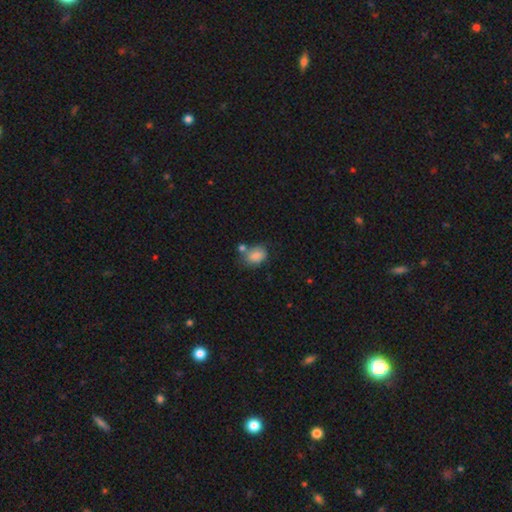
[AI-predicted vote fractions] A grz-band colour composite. It shows a smooth galaxy with no disk features (84%) that is in between round and cigar-shaped (70%). Merging: none (50%).